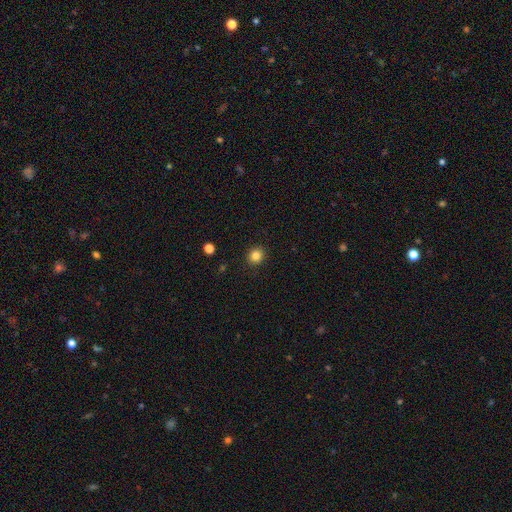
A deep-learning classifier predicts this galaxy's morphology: This is clearly a smooth galaxy (84%). How rounded: clearly round (86%). Merging: clearly none (91%).